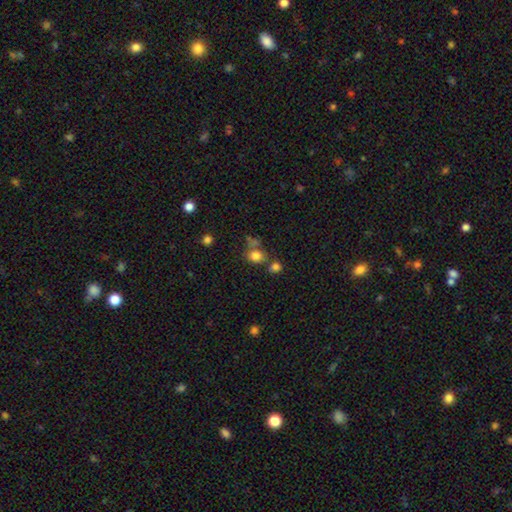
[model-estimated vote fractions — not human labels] Smooth or featured? Predicted: smooth (p=0.78). How rounded? Predicted: round (p=0.61). Merging? Predicted: none (p=0.54).